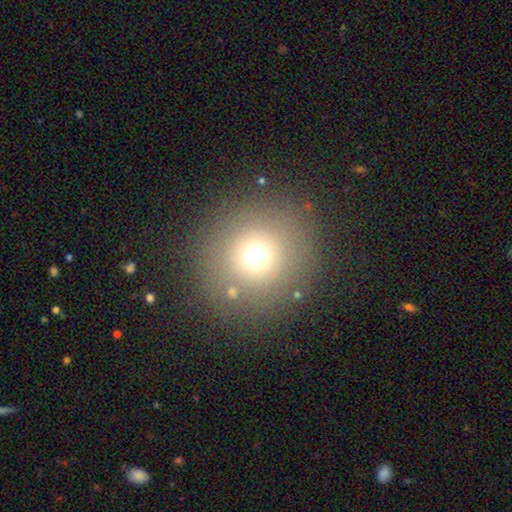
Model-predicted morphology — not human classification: The model was most divided on "smooth or featured": smooth: 68%, star or artifact: 20%, featured or disk: 12%. More confident: how rounded — round (94%); merging — none (85%).